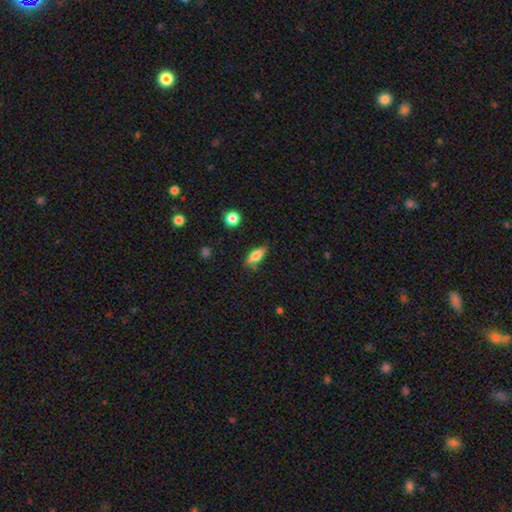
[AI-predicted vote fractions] This appears to be a smooth galaxy with no disk features (73%) that is in between round and cigar-shaped (67%). Merging: none (79%).